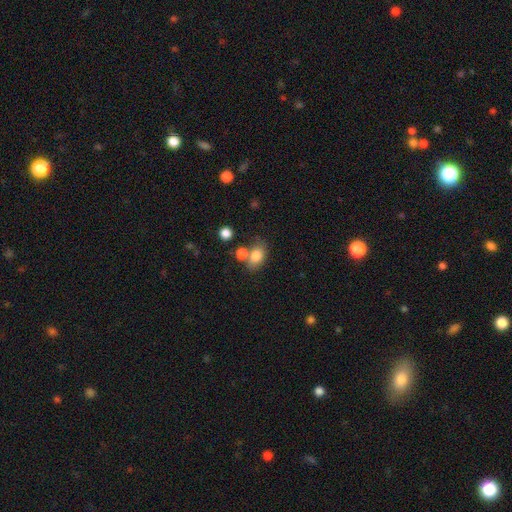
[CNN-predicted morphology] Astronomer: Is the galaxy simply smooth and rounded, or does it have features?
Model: smooth — 81%.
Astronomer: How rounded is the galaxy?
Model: in between — 72%.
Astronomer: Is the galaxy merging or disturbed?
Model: none — 51% (runner-up: merger, 28%).